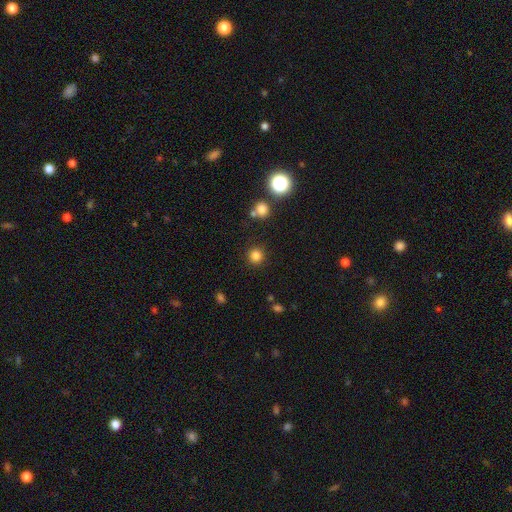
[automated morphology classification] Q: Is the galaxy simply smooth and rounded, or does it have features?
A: smooth — 82%.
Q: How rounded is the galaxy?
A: round — 93%.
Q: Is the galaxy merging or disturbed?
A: none — 89%.